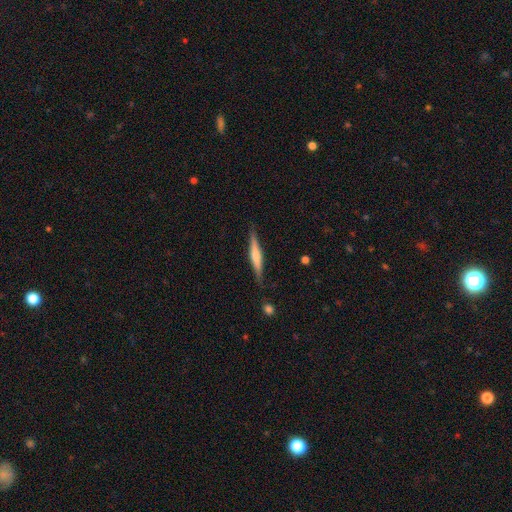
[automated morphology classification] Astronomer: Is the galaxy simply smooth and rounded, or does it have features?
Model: featured or disk — 55% (runner-up: smooth, 39%).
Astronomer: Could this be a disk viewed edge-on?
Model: yes — 97%.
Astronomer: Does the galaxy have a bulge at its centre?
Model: rounded — 65%.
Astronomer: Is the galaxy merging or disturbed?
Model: none — 86%.